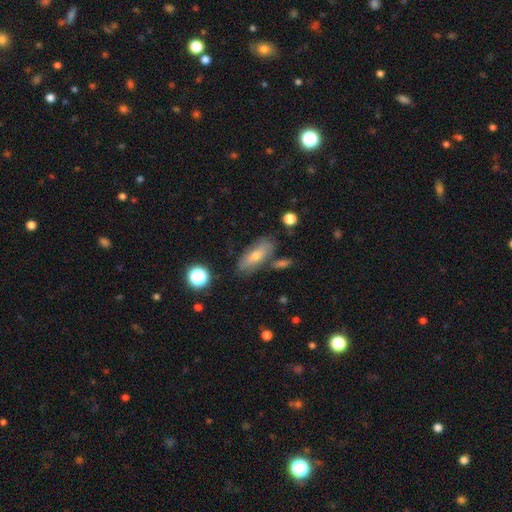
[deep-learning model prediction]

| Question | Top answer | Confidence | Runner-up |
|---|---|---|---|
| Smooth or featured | smooth | 56% | featured or disk (33%) |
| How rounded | in between | 72% | cigar-shaped (24%) |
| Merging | none | 73% | minor disturbance (16%) |